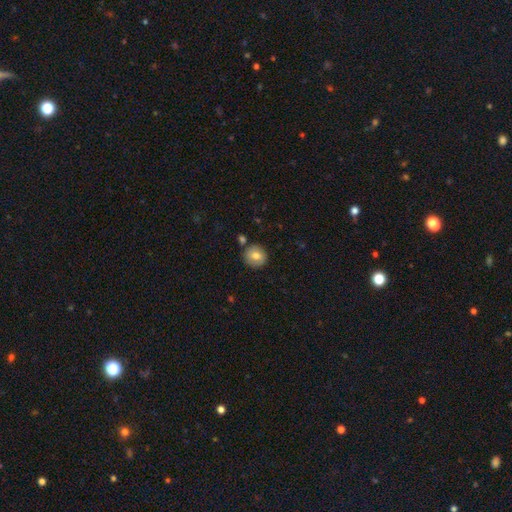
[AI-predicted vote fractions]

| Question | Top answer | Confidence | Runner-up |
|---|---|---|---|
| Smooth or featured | smooth | 76% | featured or disk (16%) |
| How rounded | round | 91% | in between (8%) |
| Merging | none | 84% | minor disturbance (9%) |